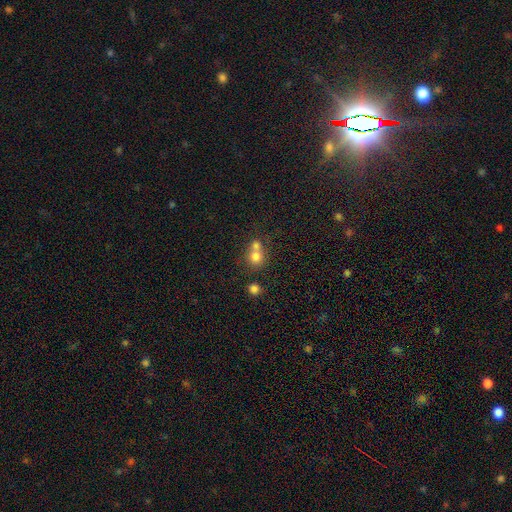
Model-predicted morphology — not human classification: Smooth or featured? Predicted: smooth (p=0.75). How rounded? Predicted: round (p=0.80). Merging? Predicted: merger (p=0.56).